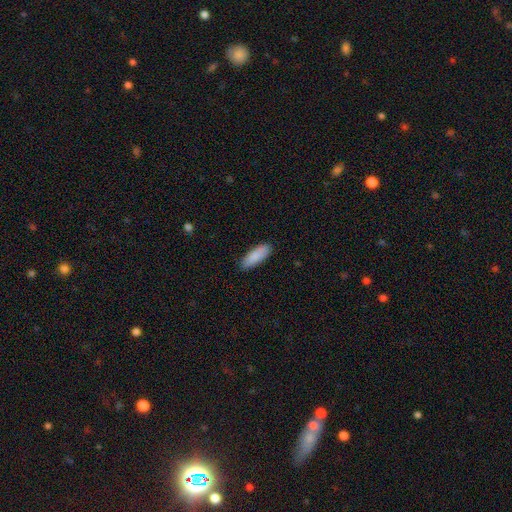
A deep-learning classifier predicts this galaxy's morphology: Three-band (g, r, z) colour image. It shows a smooth galaxy with no disk features (89%) that is in between round and cigar-shaped (63%). Merging: none (88%).